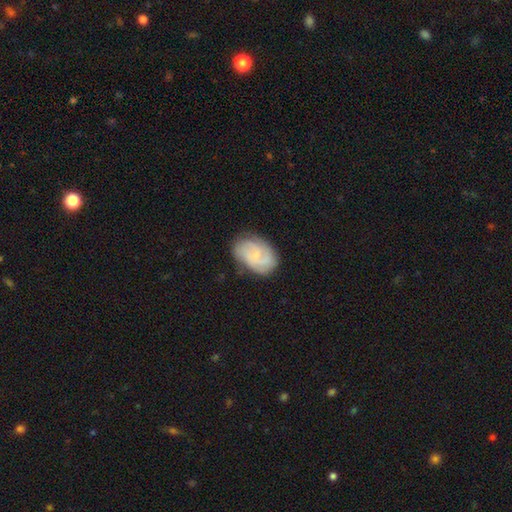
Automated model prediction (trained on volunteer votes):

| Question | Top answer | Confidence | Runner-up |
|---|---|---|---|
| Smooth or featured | featured or disk | 67% | smooth (26%) |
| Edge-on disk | no | 98% | yes (2%) |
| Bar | no | 61% | weak (35%) |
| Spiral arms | yes | 93% | no (7%) |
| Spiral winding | tight | 46% | medium (40%) |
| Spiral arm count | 2 | 30% | 3 (27%) |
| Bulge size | small | 70% | moderate (16%) |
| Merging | none | 74% | minor disturbance (19%) |